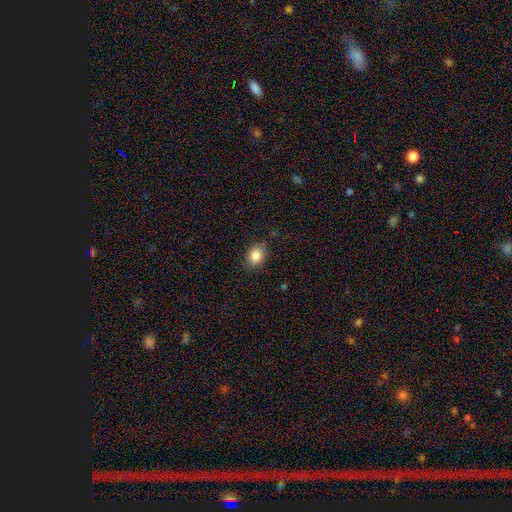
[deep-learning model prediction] This is clearly a smooth galaxy (86%). How rounded: possibly in between (56%). Merging: clearly none (82%).